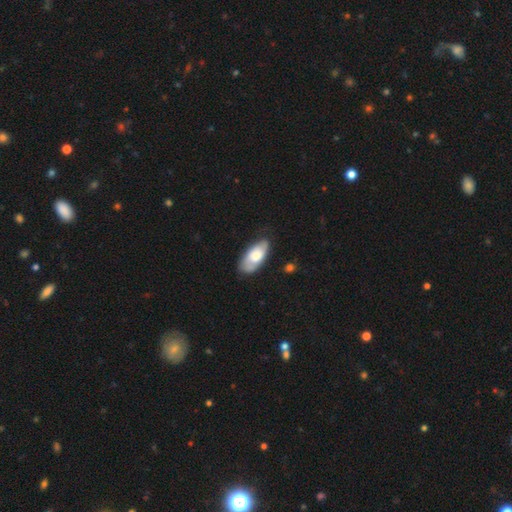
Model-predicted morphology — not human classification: smooth 62%, featured or disk 33%, star or artifact 6%. Down the decision tree: how rounded — in between (90%); merging — none (69%).